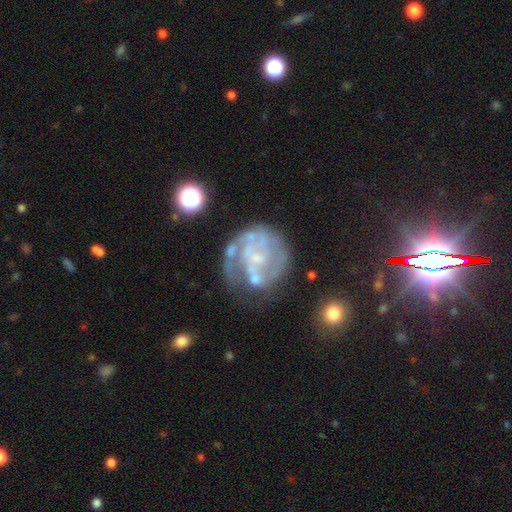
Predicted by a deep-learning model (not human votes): A featured or disk galaxy (79%) with no bar (62%), tight (51%) spiral arms (70%) and a small central bulge (52%). Merging: none (50%).